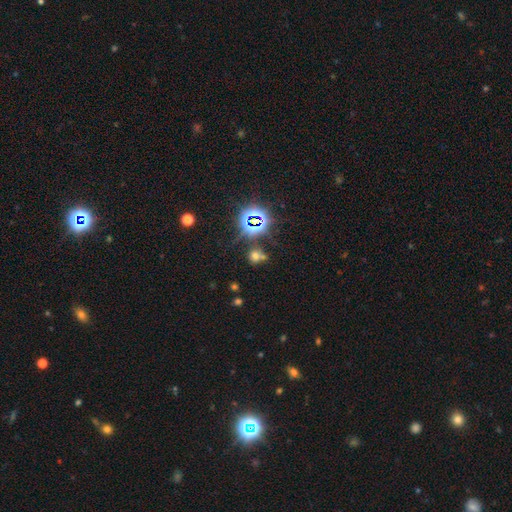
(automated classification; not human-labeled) Q: Smooth or featured?
A: smooth (51%); runner-up: star or artifact (40%)
Q: How rounded?
A: round (77%); runner-up: in between (21%)
Q: Merging?
A: none (61%); runner-up: merger (21%)